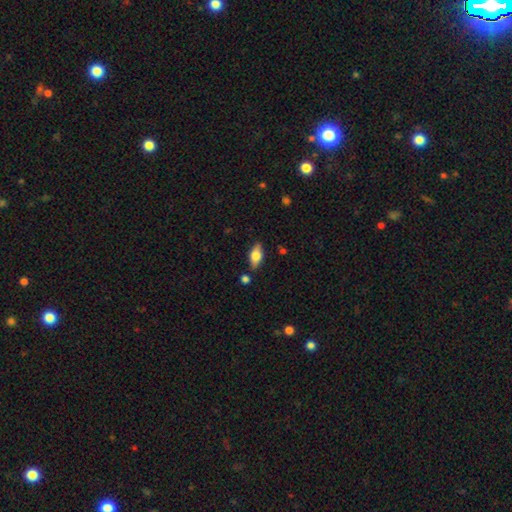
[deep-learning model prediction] A smooth galaxy with no disk features (59%) that is in between round and cigar-shaped (82%).

Vote fractions:
- Smooth or featured? smooth: 59% / featured or disk: 34% / star or artifact: 8%
- How rounded? in between: 82% / cigar-shaped: 13% / round: 4%
- Merging? none: 82% / minor disturbance: 12% / merger: 3% / major disturbance: 3%